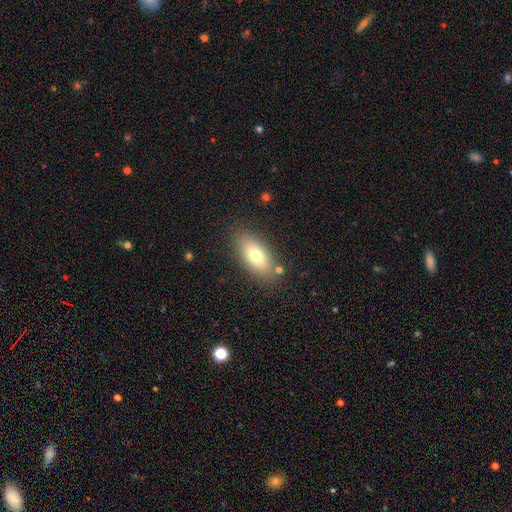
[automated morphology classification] A smooth galaxy with no disk features (74%) that is in between round and cigar-shaped (87%). Merging: none (82%).